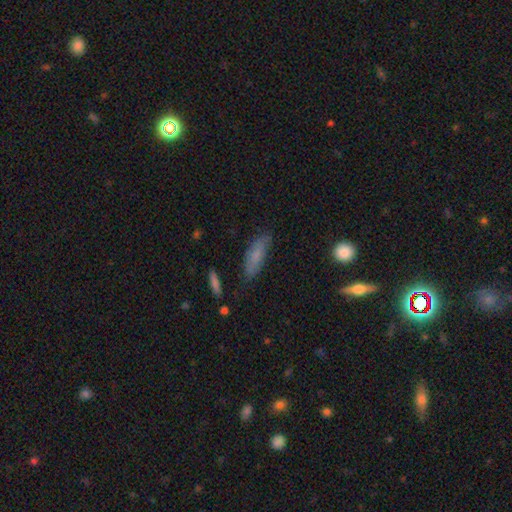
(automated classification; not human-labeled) A smooth galaxy with no disk features (72%) that is in between round and cigar-shaped (52%).

Vote fractions:
- Smooth or featured? smooth: 72% / featured or disk: 20% / star or artifact: 8%
- How rounded? in between: 52% / cigar-shaped: 46% / round: 2%
- Merging? none: 74% / minor disturbance: 19% / major disturbance: 4% / merger: 2%